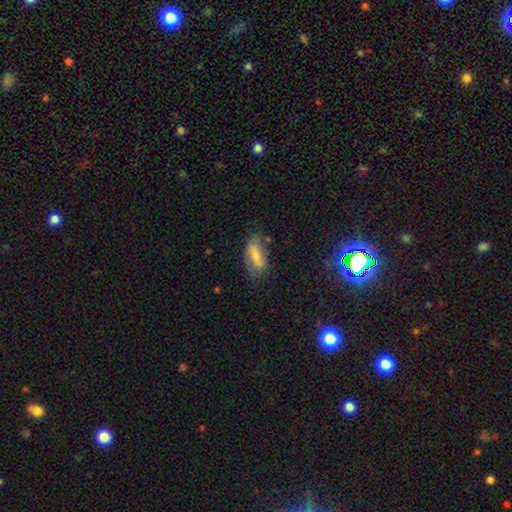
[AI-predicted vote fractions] Smooth or featured? smooth (66%)
How rounded? in between (85%)
Merging? none (66%)